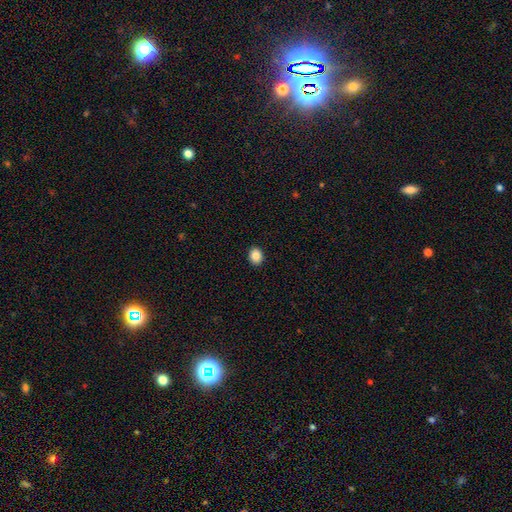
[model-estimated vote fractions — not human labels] A smooth galaxy with no disk features (87%) that is round (57%). Merging: none (91%).